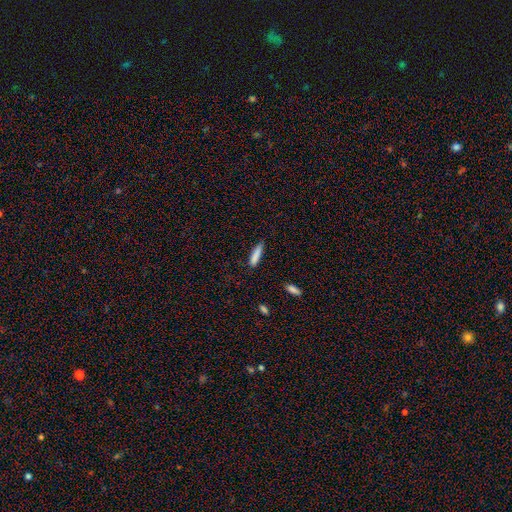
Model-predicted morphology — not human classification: smooth 84%, featured or disk 9%, star or artifact 7%. Down the decision tree: how rounded — cigar-shaped (85%); merging — none (84%).